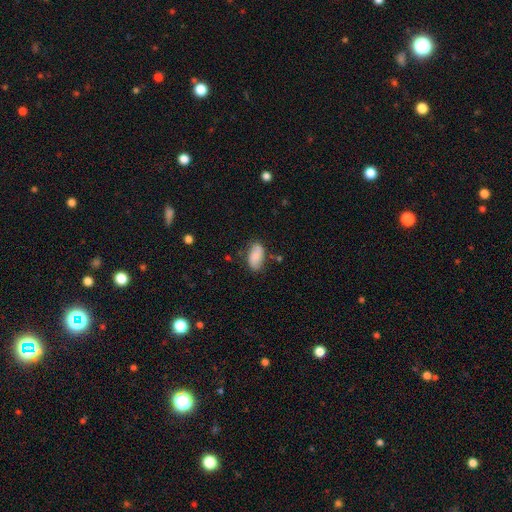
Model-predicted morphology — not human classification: A smooth galaxy with no disk features (77%) that is in between round and cigar-shaped (93%). Merging: none (68%).